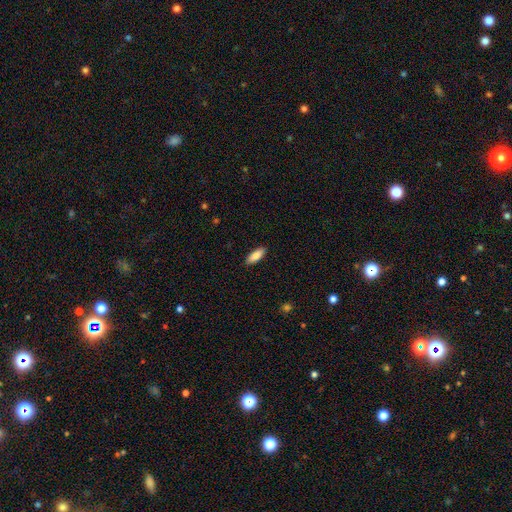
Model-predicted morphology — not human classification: Smooth or featured? smooth (84%)
How rounded? in between (71%)
Merging? none (90%)